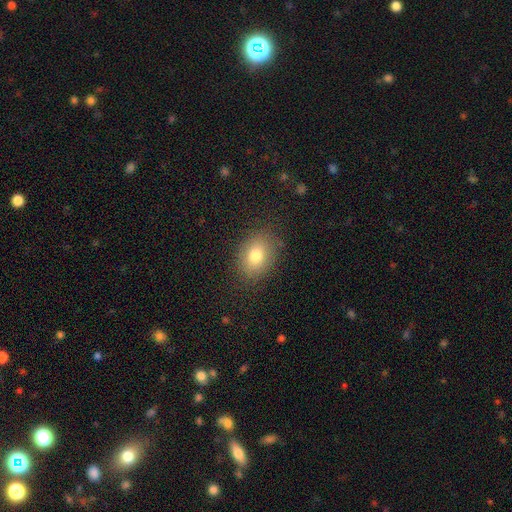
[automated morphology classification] This appears to be a smooth galaxy with no disk features (79%) that is in between round and cigar-shaped (69%). Merging: none (84%).